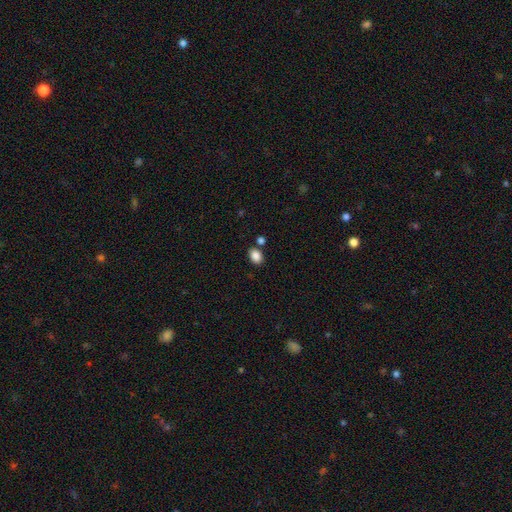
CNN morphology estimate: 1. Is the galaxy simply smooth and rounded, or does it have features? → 87% smooth, 9% star or artifact, 4% featured or disk.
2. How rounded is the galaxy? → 76% in between, 23% round, 1% cigar-shaped.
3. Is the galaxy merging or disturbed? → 78% none, 10% minor disturbance, 9% merger, 3% major disturbance.